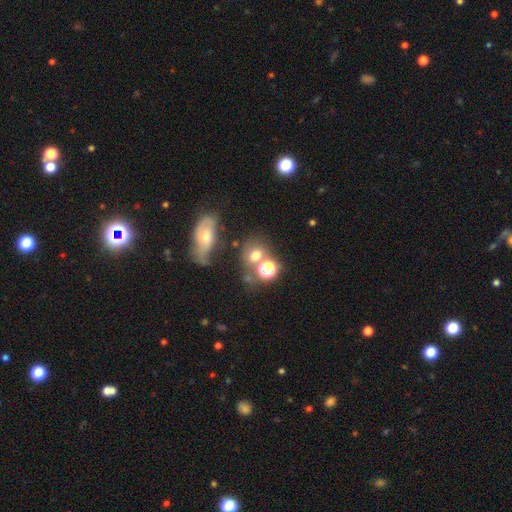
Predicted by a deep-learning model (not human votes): Overall: smooth (63%; star or artifact 23%). How rounded: round (61%; in between 37%). Merging: none (49%; merger 29%).